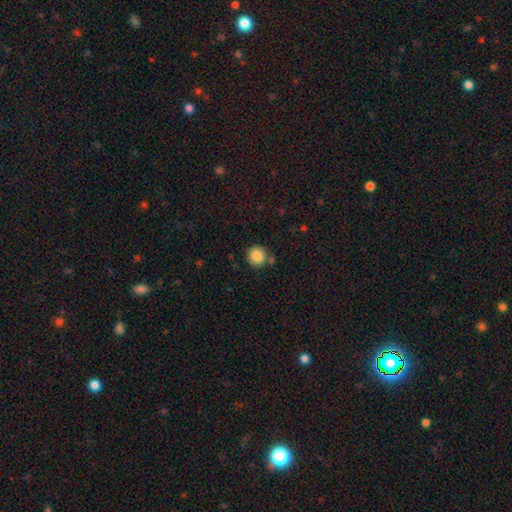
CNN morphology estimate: Smooth or featured? smooth (86%)
How rounded? round (93%)
Merging? none (80%)